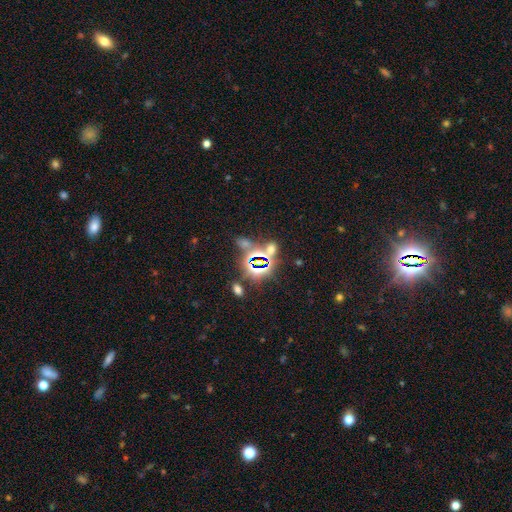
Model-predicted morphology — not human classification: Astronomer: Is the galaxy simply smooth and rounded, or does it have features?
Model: star or artifact — 75%.